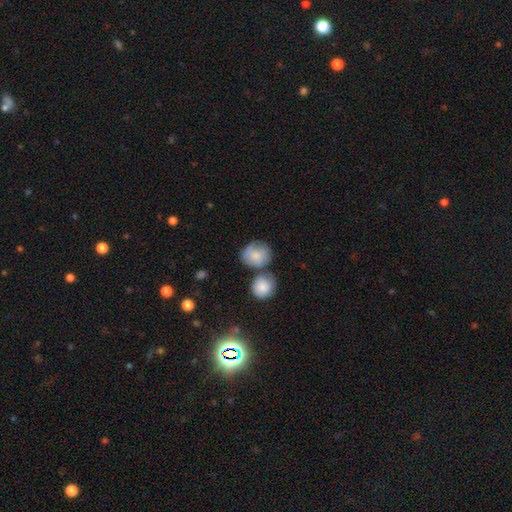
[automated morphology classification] Smooth or featured? smooth (71%)
How rounded? round (69%)
Merging? none (43%)